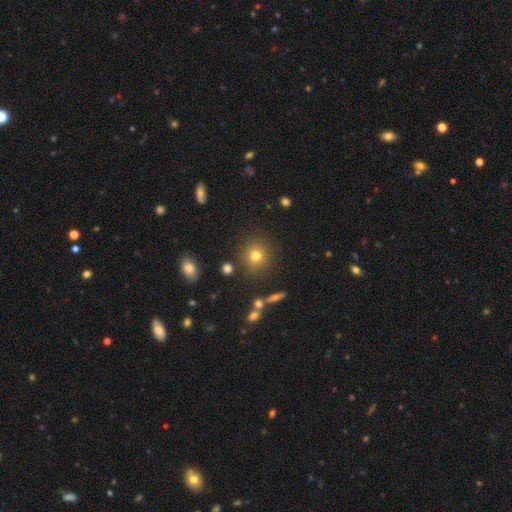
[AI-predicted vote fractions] smooth_or_featured: smooth (p=0.76) [alt: star or artifact p=0.15]
how_rounded: round (p=0.90) [alt: in between p=0.09]
merging: none (p=0.86) [alt: minor disturbance p=0.08]